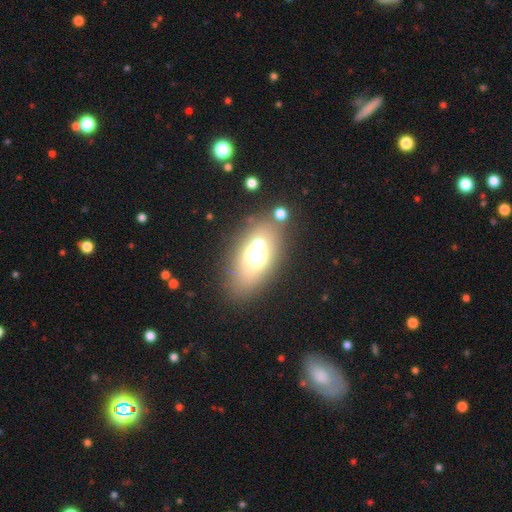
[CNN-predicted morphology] smooth-or-featured: smooth: 57% | featured or disk: 23% | star or artifact: 20%
  how-rounded: in between: 72% | round: 25% | cigar-shaped: 3%
  merging: none: 65% | merger: 18% | minor disturbance: 10% | major disturbance: 6%